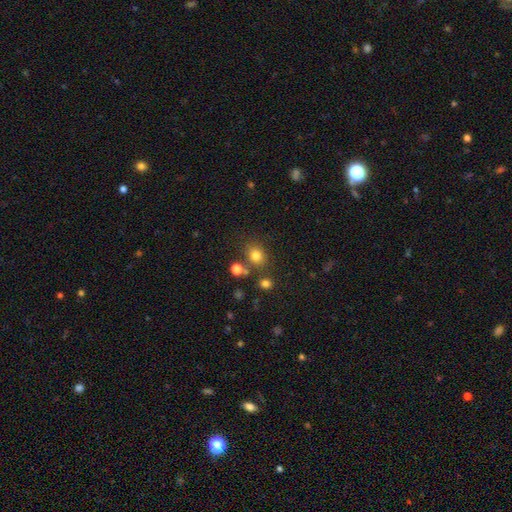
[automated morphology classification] smooth 78%, star or artifact 15%, featured or disk 7%. Down the decision tree: how rounded — round (63%); merging — none (73%).